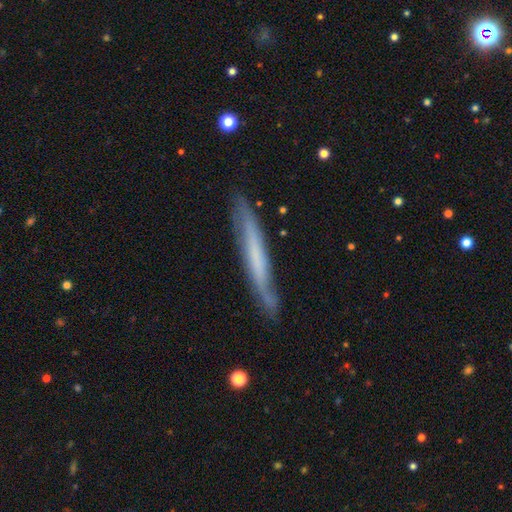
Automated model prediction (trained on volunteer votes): Smooth or featured? featured or disk (55%)
Edge-on disk? yes (80%)
Merging? none (75%)